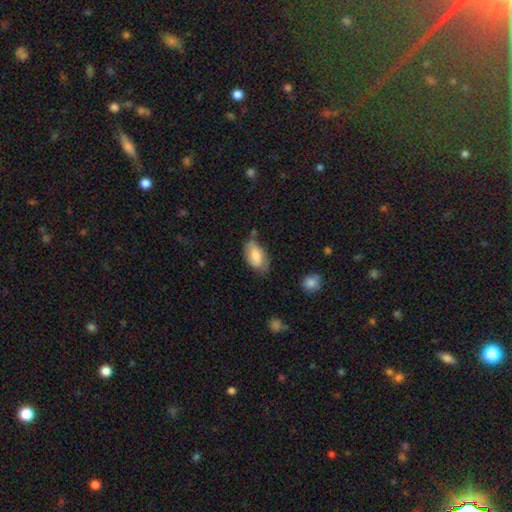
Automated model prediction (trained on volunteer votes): This appears to be a smooth galaxy with no disk features (69%) that is in between round and cigar-shaped (92%). Merging: none (53%).